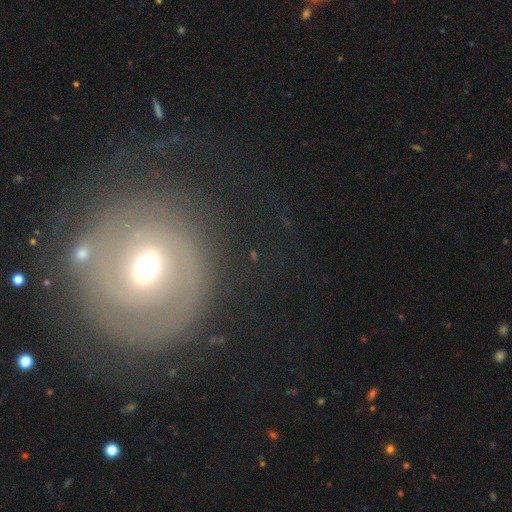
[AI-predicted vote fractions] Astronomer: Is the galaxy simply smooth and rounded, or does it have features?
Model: featured or disk — 71%.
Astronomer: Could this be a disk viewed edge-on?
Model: no — 97%.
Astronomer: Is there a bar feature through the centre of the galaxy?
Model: no — 50% (runner-up: weak, 37%).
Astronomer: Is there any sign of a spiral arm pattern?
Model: yes — 72%.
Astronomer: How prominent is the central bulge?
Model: moderate — 67%.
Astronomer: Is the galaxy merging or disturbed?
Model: none — 66%.